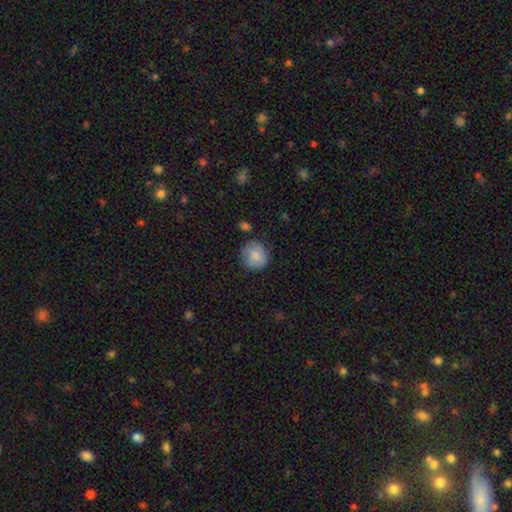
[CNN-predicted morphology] Smooth or featured: smooth — 79% (featured or disk — 13%)
How rounded: round — 88% (in between — 11%)
Merging: none — 71% (minor disturbance — 21%)